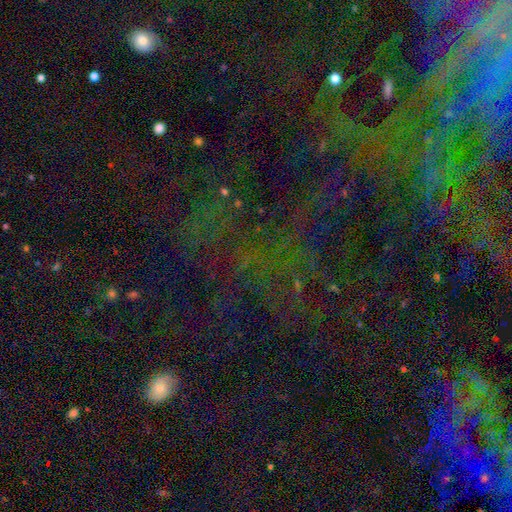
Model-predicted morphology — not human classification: This is likely a star or artifact rather than a galaxy (69%).